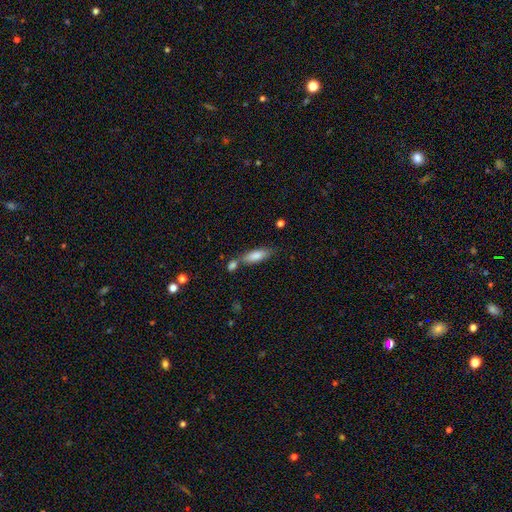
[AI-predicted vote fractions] smooth 80%, featured or disk 14%, star or artifact 7%. Down the decision tree: how rounded — in between (62%); merging — none (56%).